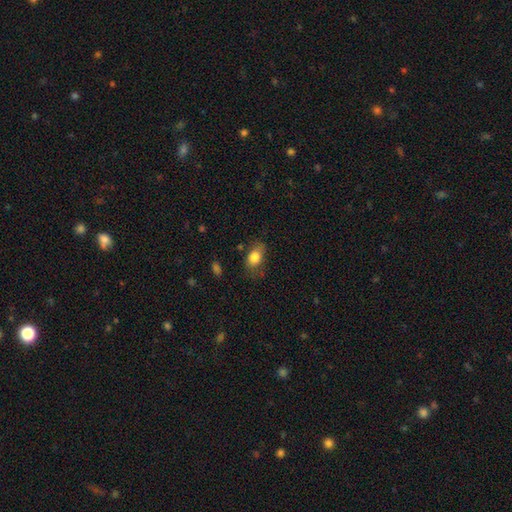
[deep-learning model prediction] Smooth or featured?
  - smooth: 81% *
  - featured or disk: 11%
  - star or artifact: 8%
How rounded?
  - in between: 82% *
  - round: 16%
  - cigar-shaped: 2%
Merging?
  - none: 67% *
  - minor disturbance: 23%
  - major disturbance: 7%
  - merger: 2%